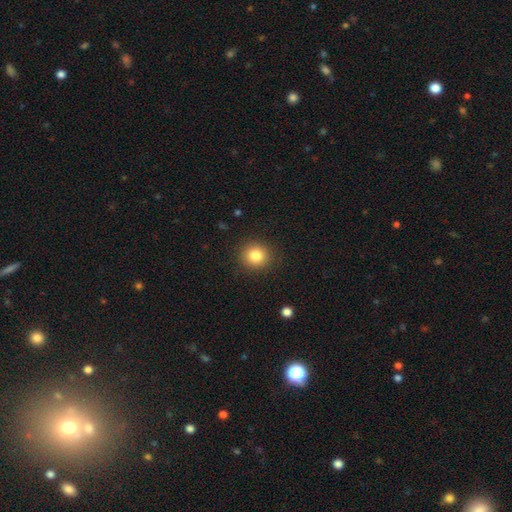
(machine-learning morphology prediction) A smooth galaxy with no disk features (83%) that is round (89%).

Vote fractions:
- Smooth or featured? smooth: 83% / star or artifact: 10% / featured or disk: 7%
- How rounded? round: 89% / in between: 10% / cigar-shaped: 1%
- Merging? none: 89% / minor disturbance: 7% / major disturbance: 2% / merger: 1%